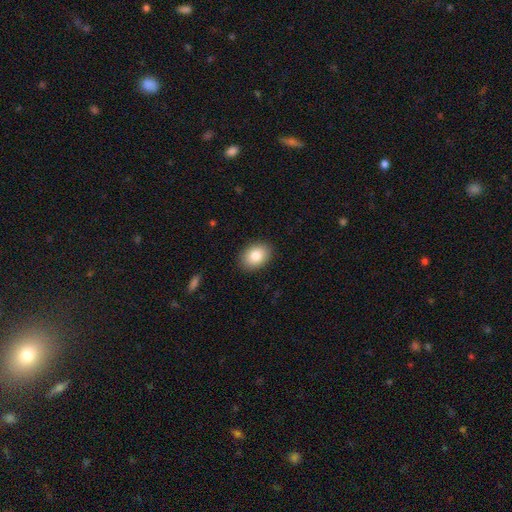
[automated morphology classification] Smooth or featured: smooth — 84% (featured or disk — 8%)
How rounded: in between — 76% (round — 23%)
Merging: none — 89% (minor disturbance — 8%)